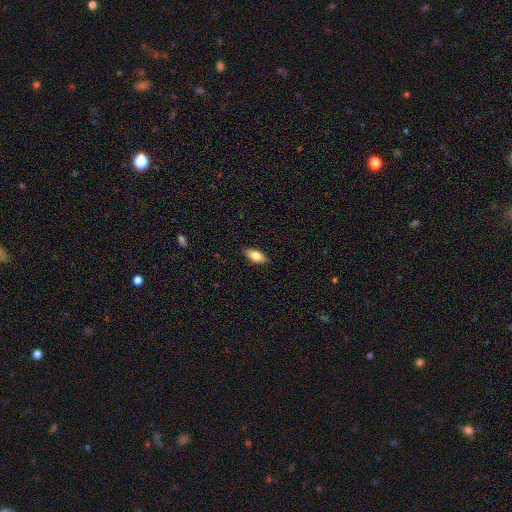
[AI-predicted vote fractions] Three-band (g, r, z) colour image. It shows a smooth galaxy with no disk features (76%) that is in between round and cigar-shaped (86%). Merging: none (86%).